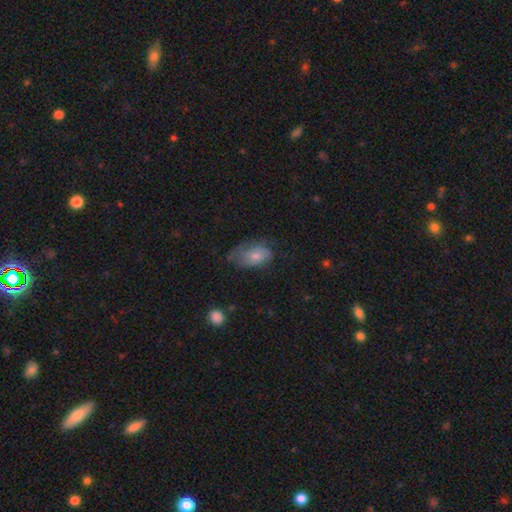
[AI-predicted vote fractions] This appears to be a smooth galaxy with no disk features (65%) that is in between round and cigar-shaped (88%). Merging: none (42%).